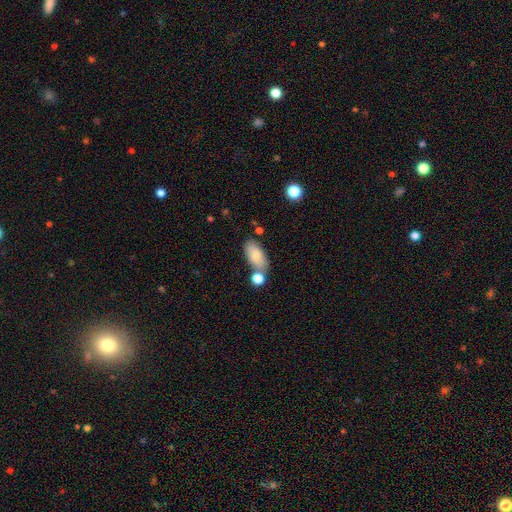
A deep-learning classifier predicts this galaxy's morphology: This appears to be a smooth galaxy with no disk features (79%) that is in between round and cigar-shaped (89%). Merging: none (63%).